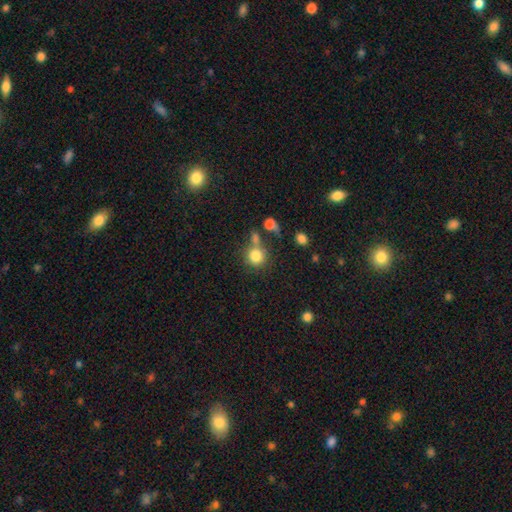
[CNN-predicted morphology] smooth-or-featured: smooth: 82% | star or artifact: 11% | featured or disk: 8%
  how-rounded: round: 87% | in between: 12% | cigar-shaped: 1%
  merging: none: 57% | merger: 24% | minor disturbance: 12% | major disturbance: 7%